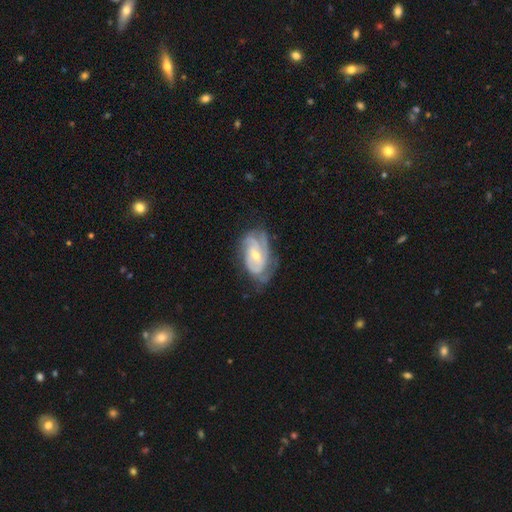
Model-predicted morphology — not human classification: smooth-or-featured: featured or disk: 84% | smooth: 11% | star or artifact: 5%
  disk-edge-on: no: 96% | yes: 4%
    bar: no: 45% | weak: 41% | strong: 14%
    has-spiral-arms: yes: 95% | no: 5%
      spiral-winding: tight: 58% | medium: 33% | loose: 9%
      spiral-arm-count: 3: 30% | 2: 29% | can't tell: 25% | 4: 8% | 1: 5% | more than 4: 4%
    bulge-size: small: 51% | moderate: 46% | large: 2% | none: 1% | dominant: 1%
  merging: none: 61% | minor disturbance: 25% | major disturbance: 12% | merger: 2%